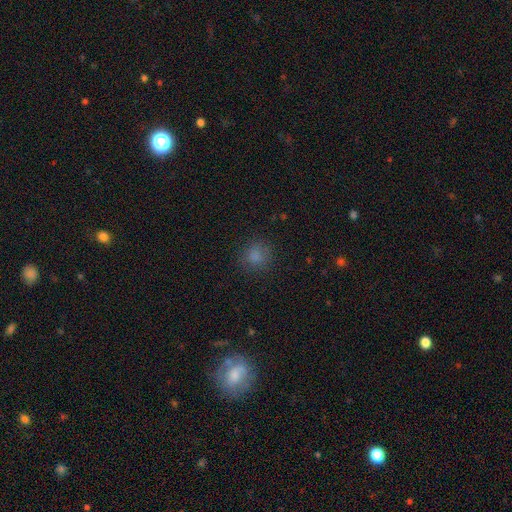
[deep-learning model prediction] Q: Smooth or featured?
A: smooth (80%); runner-up: star or artifact (15%)
Q: How rounded?
A: round (86%); runner-up: in between (13%)
Q: Merging?
A: none (84%); runner-up: minor disturbance (11%)